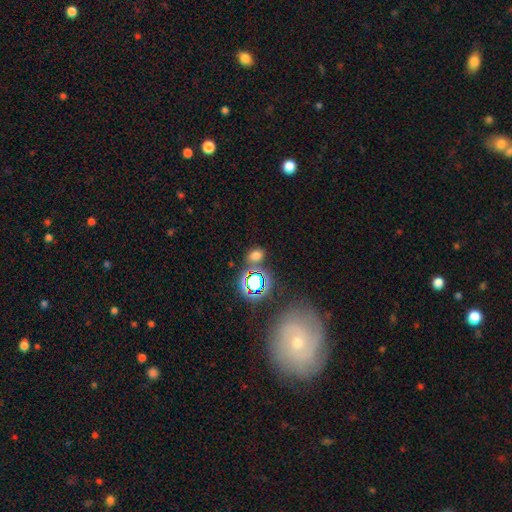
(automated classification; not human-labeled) Overall: smooth (61%; star or artifact 31%). How rounded: in between (71%). Merging: none (72%).